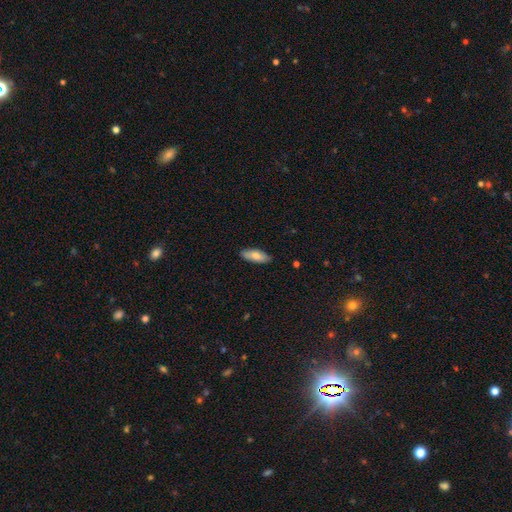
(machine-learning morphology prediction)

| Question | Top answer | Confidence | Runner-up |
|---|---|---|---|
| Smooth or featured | smooth | 75% | featured or disk (19%) |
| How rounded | in between | 78% | cigar-shaped (20%) |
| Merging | none | 86% | minor disturbance (11%) |